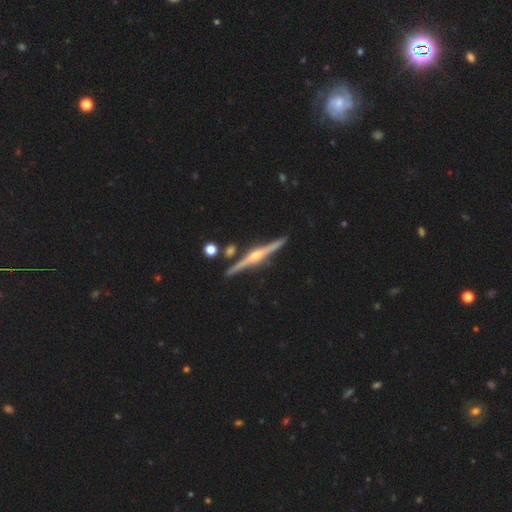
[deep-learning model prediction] smooth_or_featured: featured or disk (p=0.89) [alt: smooth p=0.07]
disk_edge_on: yes (p=0.98) [alt: no p=0.02]
edge_on_bulge: rounded (p=0.92) [alt: boxy p=0.04]
merging: none (p=0.88) [alt: minor disturbance p=0.07]